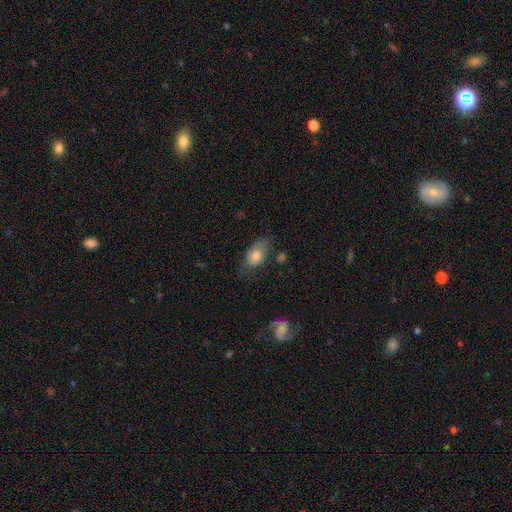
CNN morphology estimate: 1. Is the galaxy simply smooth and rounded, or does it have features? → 69% smooth, 24% featured or disk, 8% star or artifact.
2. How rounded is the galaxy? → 89% in between, 8% round, 3% cigar-shaped.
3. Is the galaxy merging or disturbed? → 53% none, 29% minor disturbance, 14% major disturbance, 3% merger.